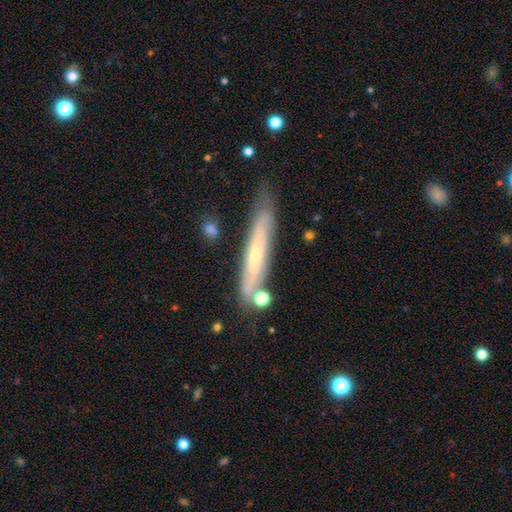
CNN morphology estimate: The model was most divided on "smooth or featured": featured or disk: 55%, smooth: 37%, star or artifact: 7%. More confident: edge-on disk — yes (76%); merging — none (71%).